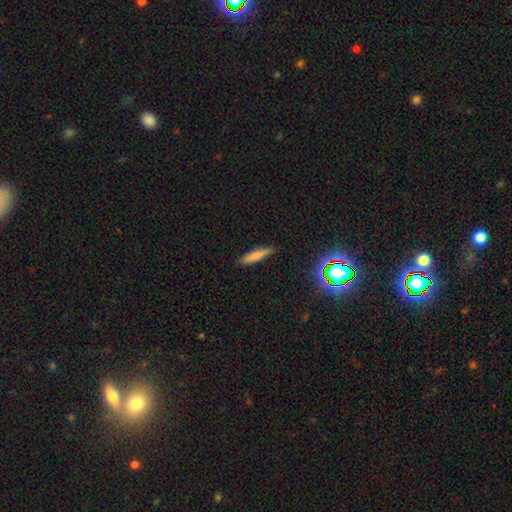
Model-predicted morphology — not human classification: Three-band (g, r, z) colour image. It shows a smooth galaxy with no disk features (75%) that is cigar-shaped (86%). Merging: none (89%).